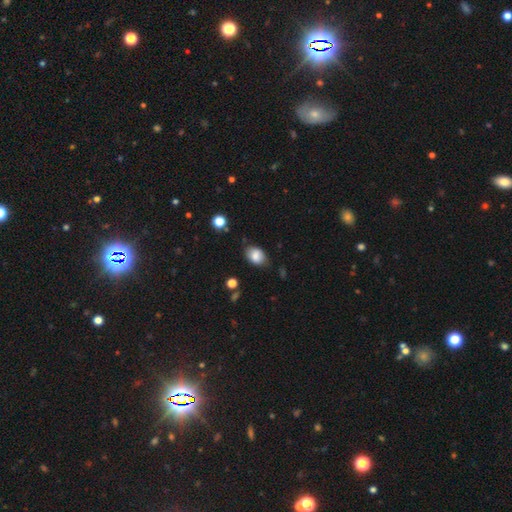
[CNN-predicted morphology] smooth_or_featured: smooth (p=0.81) [alt: featured or disk p=0.10]
how_rounded: in between (p=0.74) [alt: round p=0.25]
merging: none (p=0.76) [alt: minor disturbance p=0.18]